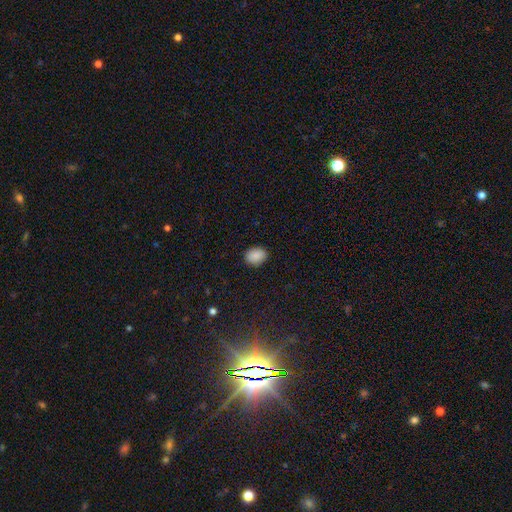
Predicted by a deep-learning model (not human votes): Smooth or featured?
  - smooth: 89% *
  - star or artifact: 8%
  - featured or disk: 3%
How rounded?
  - in between: 73% *
  - round: 26%
  - cigar-shaped: 1%
Merging?
  - none: 89% *
  - minor disturbance: 8%
  - major disturbance: 2%
  - merger: 1%